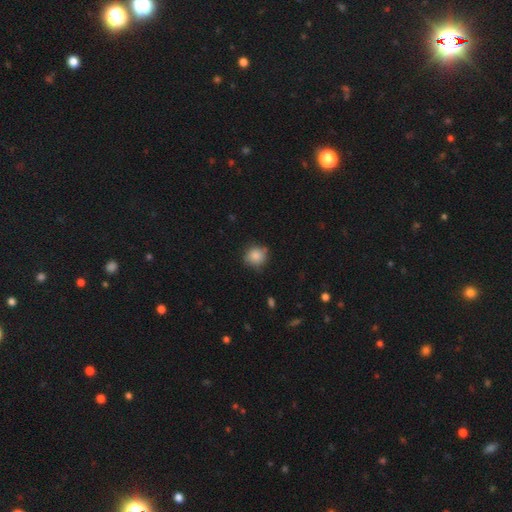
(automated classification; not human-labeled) The model was most divided on "merging": none: 73%, minor disturbance: 22%, major disturbance: 4%, merger: 2%. More confident: smooth or featured — smooth (85%); how rounded — round (85%).